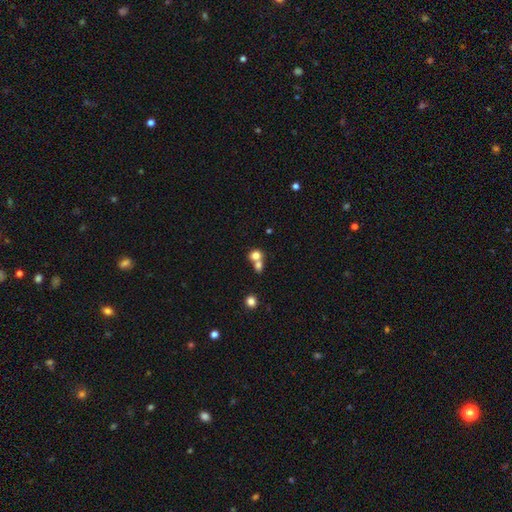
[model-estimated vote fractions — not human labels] smooth-or-featured: smooth: 77% | featured or disk: 12% | star or artifact: 11%
  how-rounded: round: 67% | in between: 32% | cigar-shaped: 1%
  merging: merger: 58% | none: 33% | minor disturbance: 6% | major disturbance: 3%